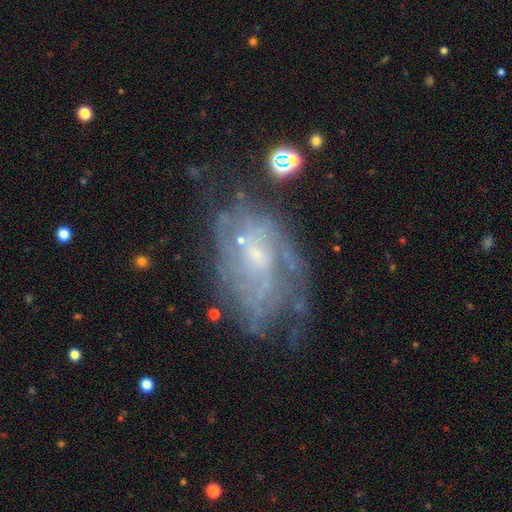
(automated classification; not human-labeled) featured or disk 76%, smooth 15%, star or artifact 9%. Down the decision tree: edge-on disk — no (96%); bar — no (64%); spiral arms — yes (78%); spiral arm count — can't tell (55%); spiral winding — tight (50%); bulge size — small (66%); merging — none (53%).